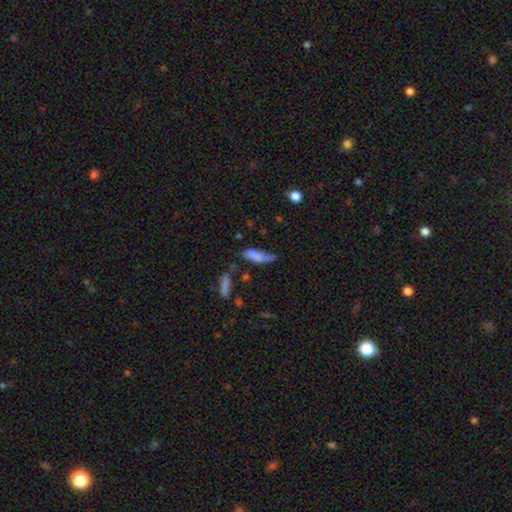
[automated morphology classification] smooth 71%, featured or disk 19%, star or artifact 10%. Down the decision tree: how rounded — in between (51%); merging — none (33%, tied with minor disturbance).